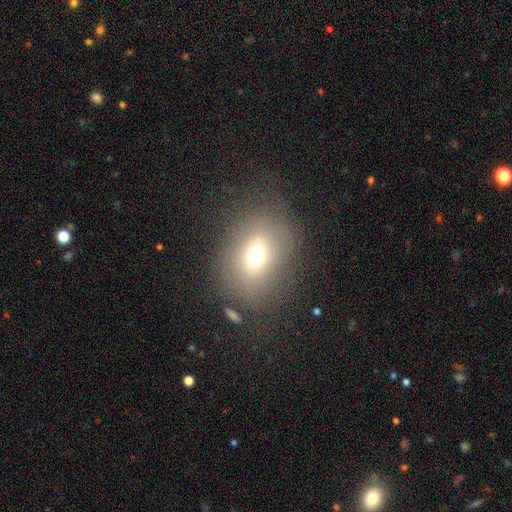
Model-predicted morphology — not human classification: Overall: smooth (66%). How rounded: in between (51%; round 48%). Merging: none (70%).